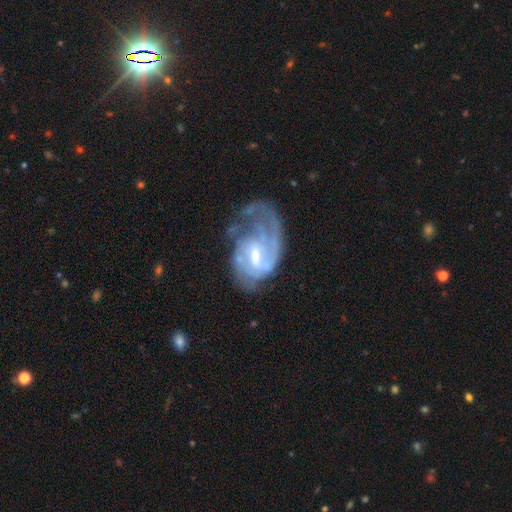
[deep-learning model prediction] smooth_or_featured: featured or disk (p=0.86) [alt: smooth p=0.08]
disk_edge_on: no (p=0.97) [alt: yes p=0.03]
bar: weak (p=0.59) [alt: strong p=0.21]
has_spiral_arms: yes (p=0.93) [alt: no p=0.07]
spiral_winding: medium (p=0.43) [alt: tight p=0.37]
spiral_arm_count: 2 (p=0.42) [alt: can't tell p=0.24]
bulge_size: small (p=0.52) [alt: moderate p=0.41]
merging: none (p=0.40) [alt: major disturbance p=0.33]